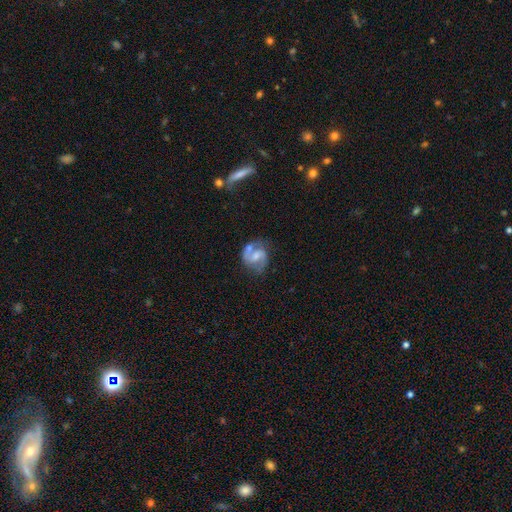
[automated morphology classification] The model was most divided on "bulge size" (2-way tie): moderate: 40%, small: 40%, none: 14%, large: 5%, dominant: 1%. More confident: edge-on disk — no (98%); spiral arms — yes (93%); spiral arm count — 2 (86%); smooth or featured — featured or disk (78%); merging — none (56%); spiral winding — medium (54%); bar — weak (51%).